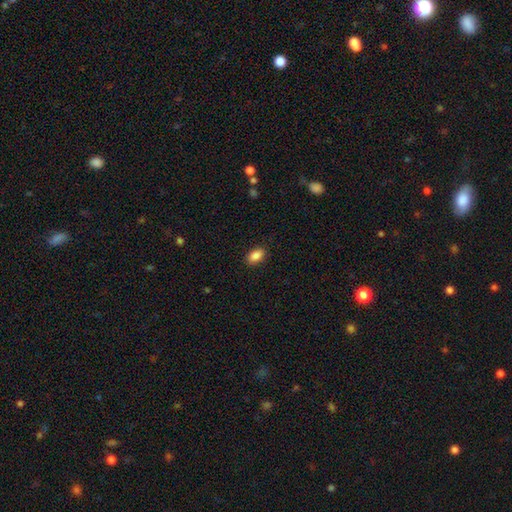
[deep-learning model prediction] Smooth or featured? Predicted: smooth (p=0.88). How rounded? Predicted: in between (p=0.90). Merging? Predicted: none (p=0.89).